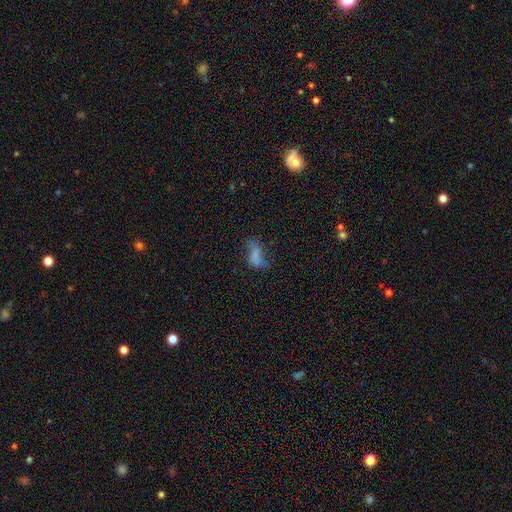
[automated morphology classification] smooth 58%, featured or disk 27%, star or artifact 15%. Down the decision tree: how rounded — in between (80%); merging — none (39%).